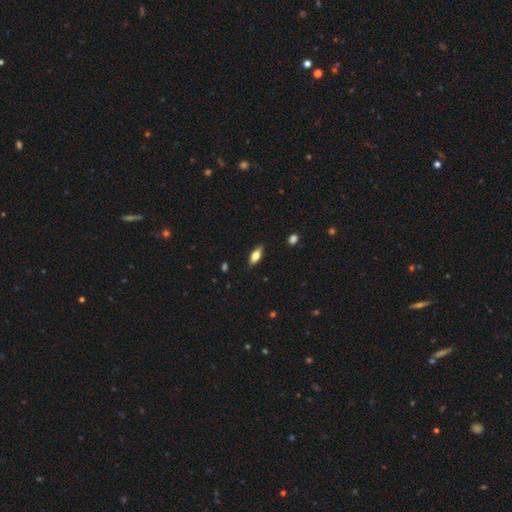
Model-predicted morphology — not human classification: Overall: smooth (68%). How rounded: in between (75%). Merging: none (86%).